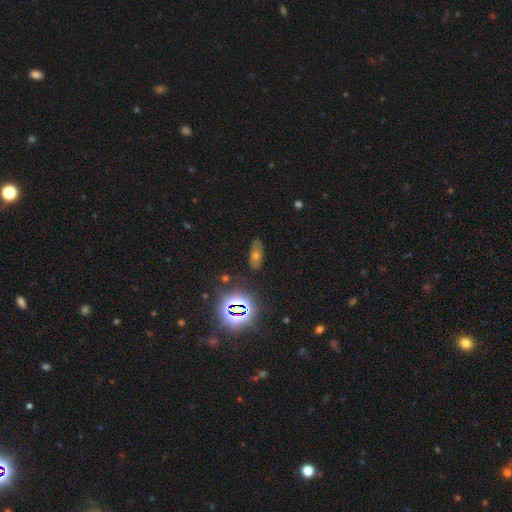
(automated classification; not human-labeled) Overall: star or artifact (45%; smooth 33%).